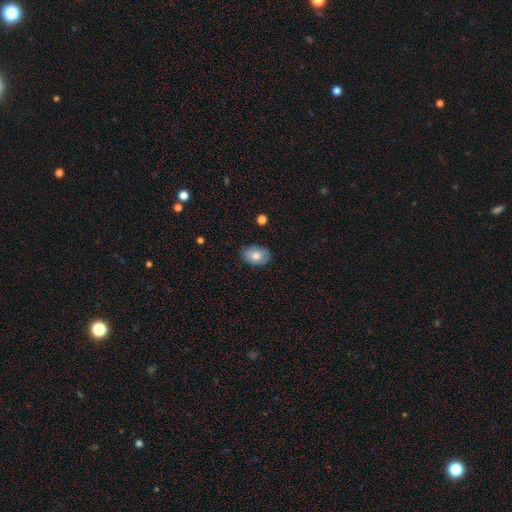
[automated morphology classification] Smooth or featured: smooth — 77% (featured or disk — 15%)
How rounded: in between — 83% (round — 16%)
Merging: none — 79% (minor disturbance — 16%)